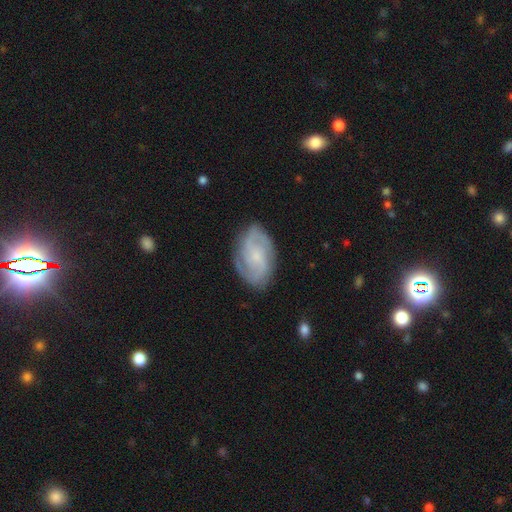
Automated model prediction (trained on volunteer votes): Smooth or featured?
  - featured or disk: 79% *
  - smooth: 15%
  - star or artifact: 6%
Edge-on disk?
  - no: 97% *
  - yes: 3%
Bar?
  - no: 58% *
  - weak: 37%
  - strong: 6%
Spiral arms?
  - yes: 96% *
  - no: 4%
Spiral winding?
  - medium: 44% *
  - tight: 43%
  - loose: 13%
Spiral arm count?
  - 2: 47% *
  - 3: 23%
  - can't tell: 16%
  - 4: 5%
  - 1: 4%
  - more than 4: 4%
Bulge size?
  - small: 63% *
  - moderate: 21%
  - none: 13%
  - large: 2%
  - dominant: 1%
Merging?
  - none: 81% *
  - minor disturbance: 14%
  - major disturbance: 4%
  - merger: 1%